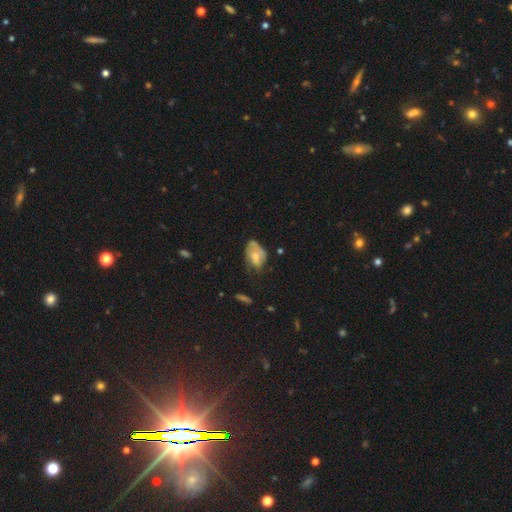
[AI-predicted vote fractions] smooth 50%, featured or disk 42%, star or artifact 8%. Down the decision tree: how rounded — in between (84%); merging — none (39%).